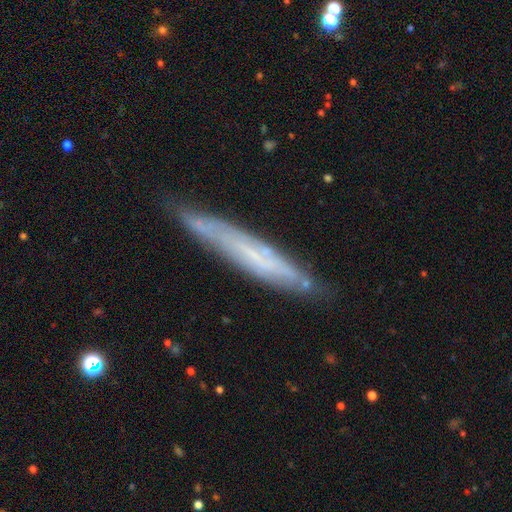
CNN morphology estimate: A featured or disk galaxy (61%) viewed edge-on (77%). Merging: none (78%).